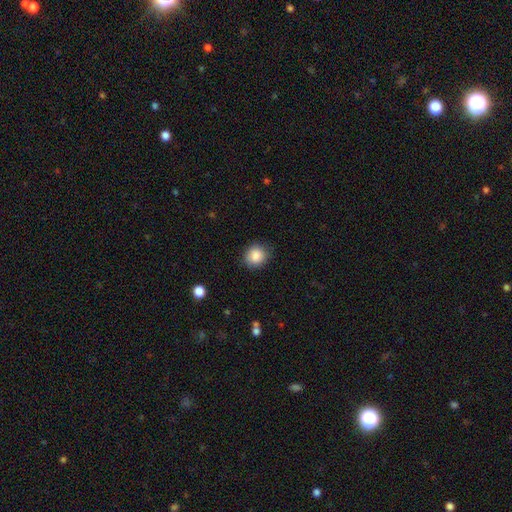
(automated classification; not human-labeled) Overall: smooth (87%). How rounded: round (80%). Merging: none (86%).